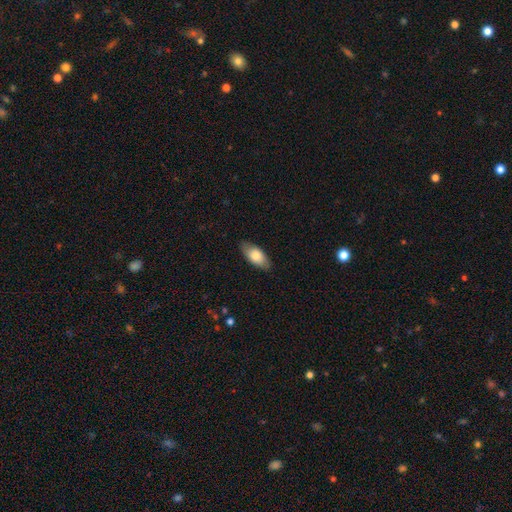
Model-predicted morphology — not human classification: Overall: smooth (77%). How rounded: in between (89%). Merging: none (85%).